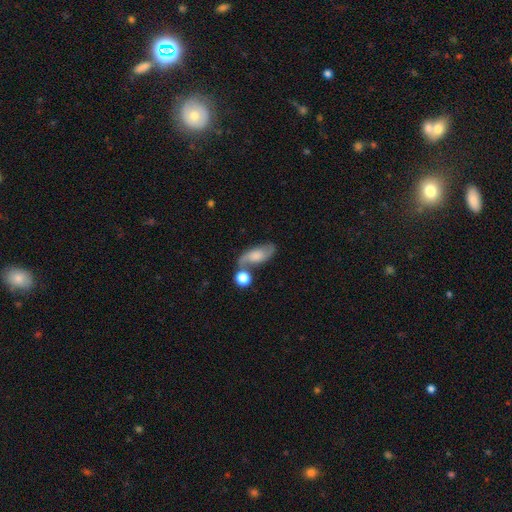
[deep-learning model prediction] Morphology: type=featured or disk (52%); edge-on=no (88%); merging=none (49%).